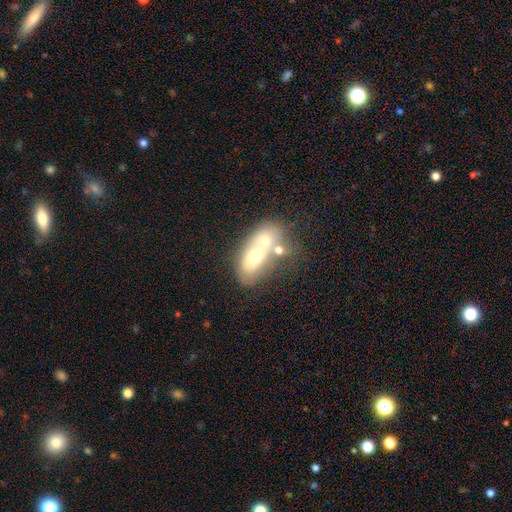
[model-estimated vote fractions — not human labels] Smooth or featured?
  - smooth: 47% *
  - featured or disk: 44%
  - star or artifact: 9%
Merging?
  - merger: 68% *
  - none: 17%
  - minor disturbance: 8%
  - major disturbance: 7%